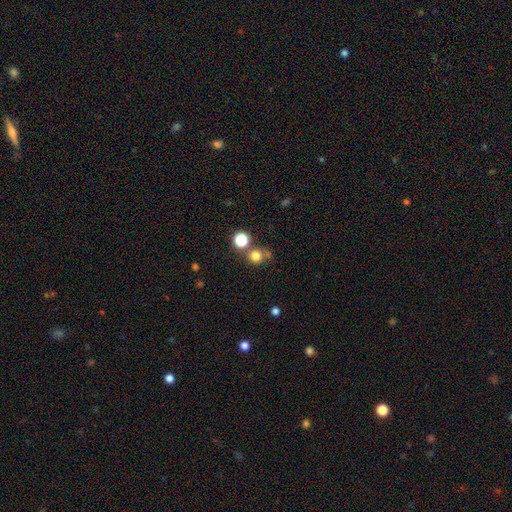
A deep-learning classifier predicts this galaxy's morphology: The model was most divided on "merging": none: 64%, merger: 22%, minor disturbance: 10%, major disturbance: 5%. More confident: how rounded — round (90%); smooth or featured — smooth (76%).